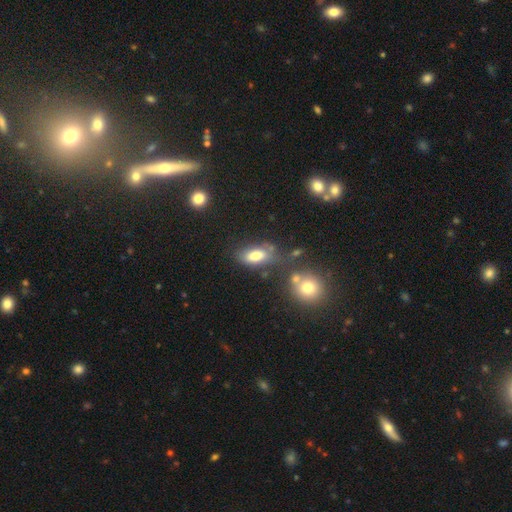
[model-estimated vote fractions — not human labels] A smooth galaxy with no disk features (77%) that is in between round and cigar-shaped (87%). Merging: none (62%).